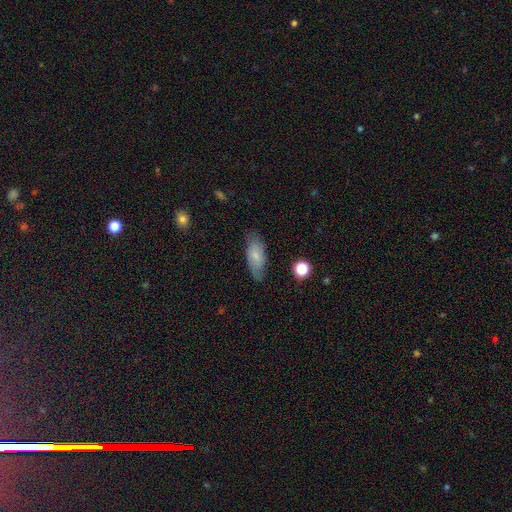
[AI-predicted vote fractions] Q: Smooth or featured?
A: smooth (71%); runner-up: featured or disk (22%)
Q: How rounded?
A: in between (84%); runner-up: cigar-shaped (13%)
Q: Merging?
A: none (74%); runner-up: minor disturbance (20%)